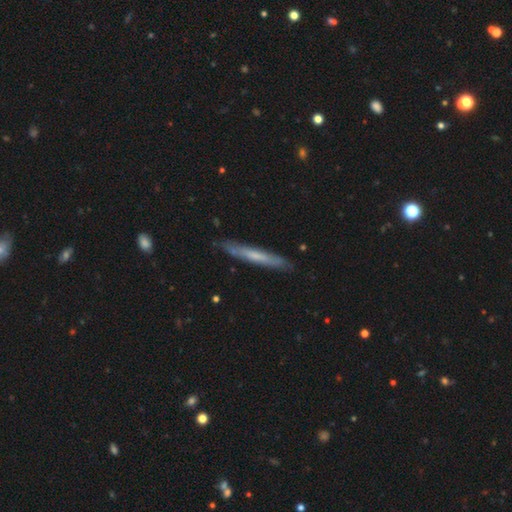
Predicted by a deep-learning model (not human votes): smooth_or_featured: smooth (p=0.51) [alt: featured or disk p=0.44]
how_rounded: cigar-shaped (p=0.95) [alt: in between p=0.03]
merging: none (p=0.85) [alt: minor disturbance p=0.12]